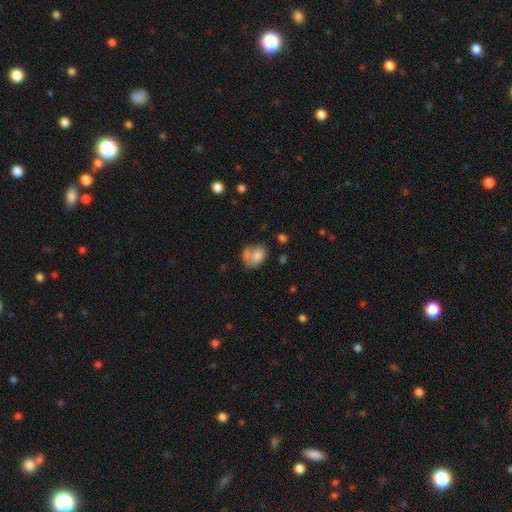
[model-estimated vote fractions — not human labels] Smooth or featured? Predicted: smooth (p=0.71). How rounded? Predicted: in between (p=0.65). Merging? Predicted: none (p=0.34).